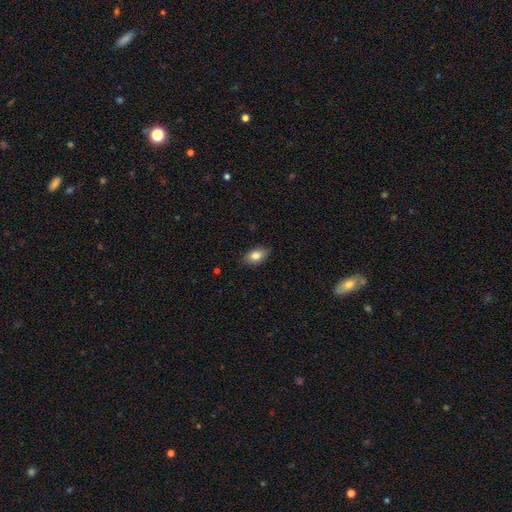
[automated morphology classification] This is clearly a smooth galaxy (83%). How rounded: clearly in between (88%). Merging: clearly none (82%).